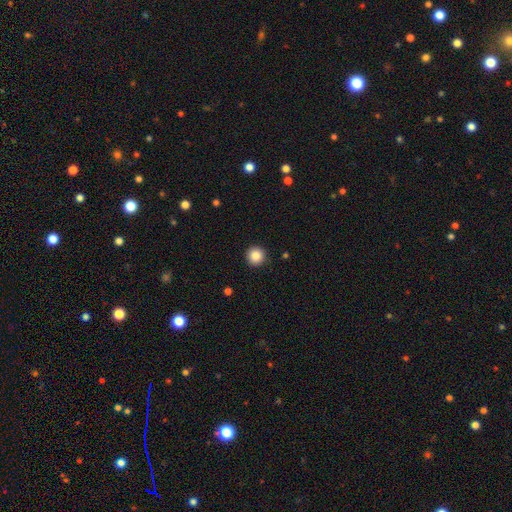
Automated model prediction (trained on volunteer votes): Smooth or featured: smooth — 87% (star or artifact — 10%)
How rounded: round — 95% (in between — 4%)
Merging: none — 92% (minor disturbance — 5%)